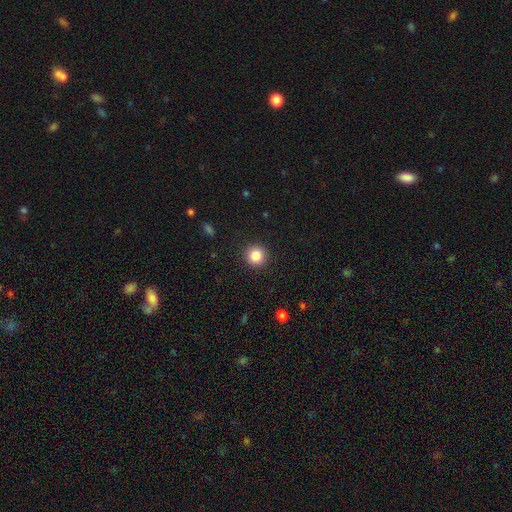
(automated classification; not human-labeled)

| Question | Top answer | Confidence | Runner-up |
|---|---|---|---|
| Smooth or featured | smooth | 85% | star or artifact (10%) |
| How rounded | round | 95% | in between (4%) |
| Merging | none | 92% | minor disturbance (5%) |